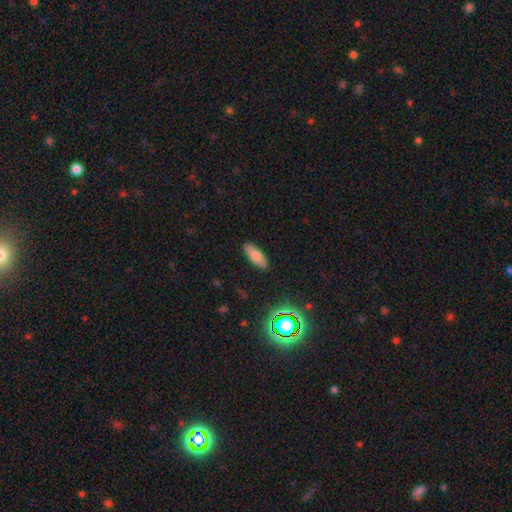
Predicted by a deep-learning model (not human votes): Q: Smooth or featured?
A: smooth (76%); runner-up: featured or disk (14%)
Q: How rounded?
A: in between (67%); runner-up: cigar-shaped (30%)
Q: Merging?
A: none (88%); runner-up: minor disturbance (9%)